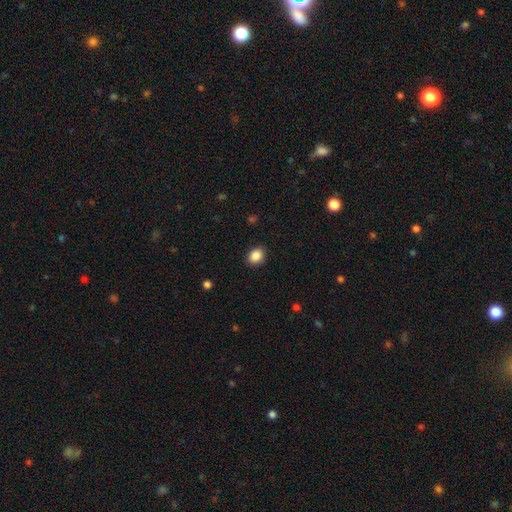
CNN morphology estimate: Smooth or featured?
  - smooth: 88% *
  - star or artifact: 9%
  - featured or disk: 3%
How rounded?
  - round: 52% *
  - in between: 47%
  - cigar-shaped: 1%
Merging?
  - none: 90% *
  - minor disturbance: 7%
  - major disturbance: 2%
  - merger: 1%